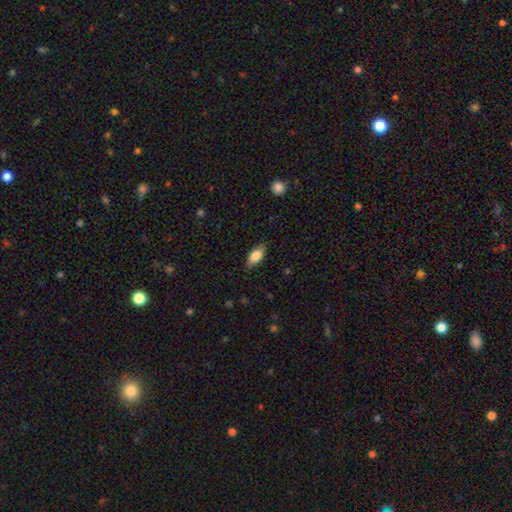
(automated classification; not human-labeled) Smooth or featured? smooth (81%)
How rounded? in between (87%)
Merging? none (80%)